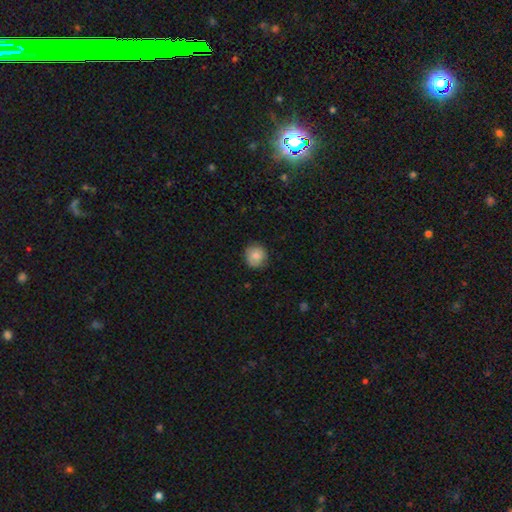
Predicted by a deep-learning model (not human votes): Smooth or featured: smooth — 80% (featured or disk — 12%)
How rounded: round — 89% (in between — 10%)
Merging: none — 82% (minor disturbance — 15%)